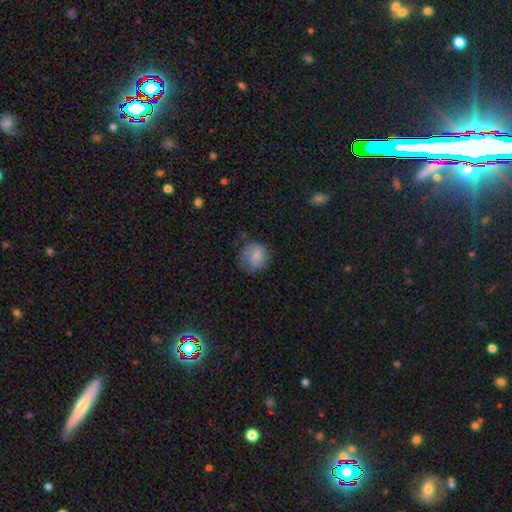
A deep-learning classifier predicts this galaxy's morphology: Overall: smooth (76%). How rounded: round (80%). Merging: none (57%; minor disturbance 28%).